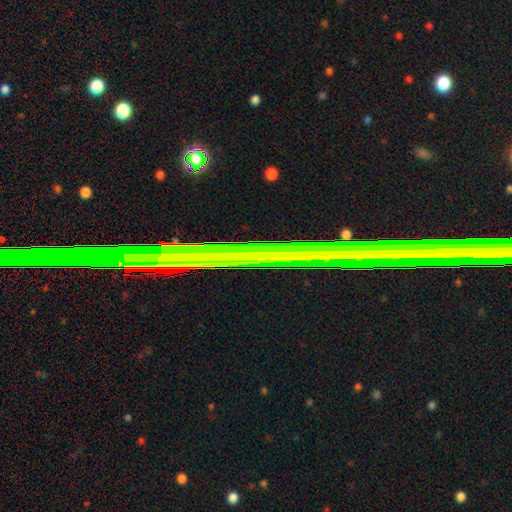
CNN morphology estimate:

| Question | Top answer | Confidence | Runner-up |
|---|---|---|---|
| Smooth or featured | star or artifact | 59% | featured or disk (29%) |